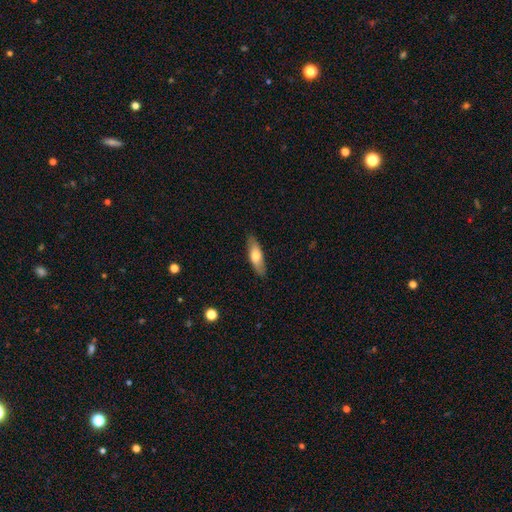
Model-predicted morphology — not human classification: type=smooth (65%); roundness=in between (55%); merging=none (86%).